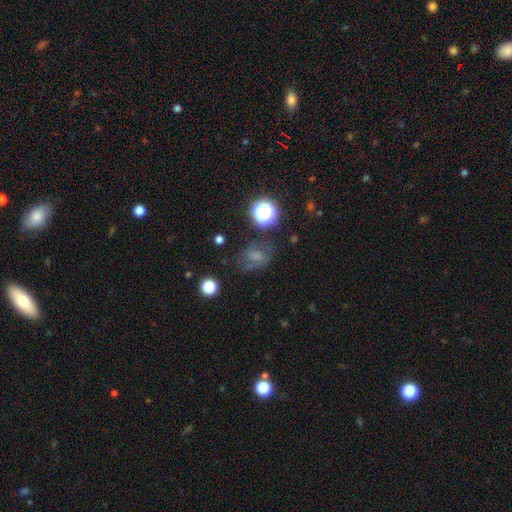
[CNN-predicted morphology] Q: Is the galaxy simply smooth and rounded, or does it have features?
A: smooth — 50%.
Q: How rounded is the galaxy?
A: in between — 56%.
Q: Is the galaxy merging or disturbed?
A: none — 60%.